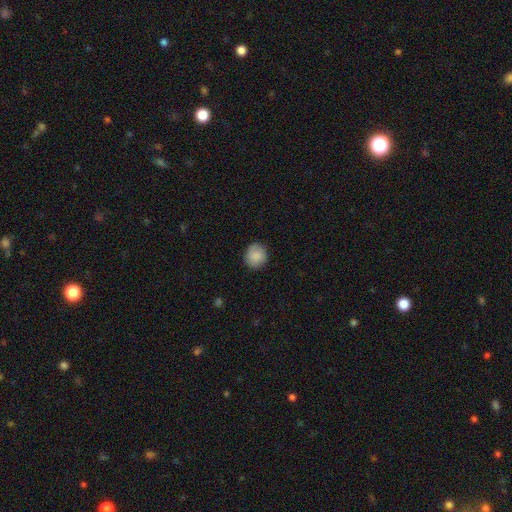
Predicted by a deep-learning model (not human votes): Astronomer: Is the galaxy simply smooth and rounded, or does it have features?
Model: smooth — 88%.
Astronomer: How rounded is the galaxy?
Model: round — 82%.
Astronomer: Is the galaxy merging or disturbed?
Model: none — 85%.